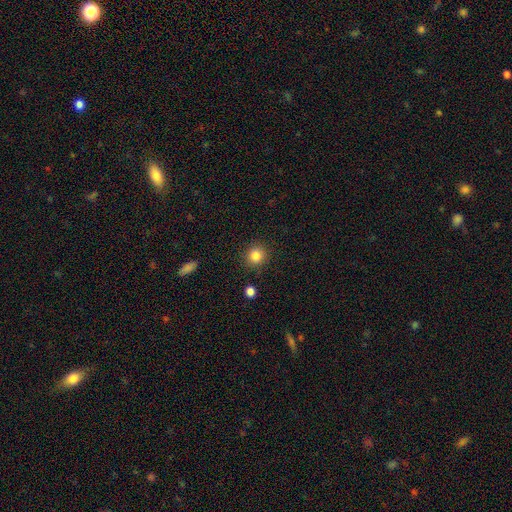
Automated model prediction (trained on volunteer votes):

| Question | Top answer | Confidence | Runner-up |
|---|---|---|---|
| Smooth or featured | smooth | 85% | star or artifact (11%) |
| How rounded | round | 90% | in between (9%) |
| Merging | none | 89% | minor disturbance (6%) |